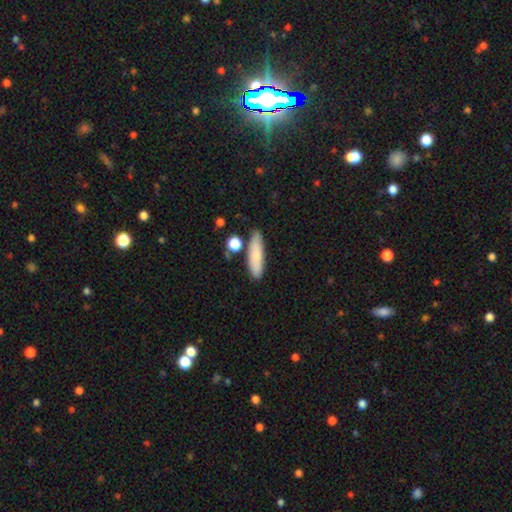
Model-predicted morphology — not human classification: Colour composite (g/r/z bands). It shows a smooth galaxy with no disk features (80%) that is cigar-shaped (60%). Merging: none (78%).